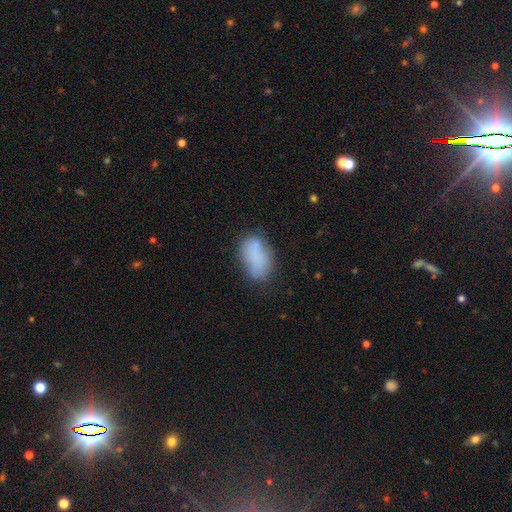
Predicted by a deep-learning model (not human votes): Q: Smooth or featured?
A: smooth (77%); runner-up: featured or disk (14%)
Q: How rounded?
A: in between (90%); runner-up: round (8%)
Q: Merging?
A: none (54%); runner-up: minor disturbance (25%)